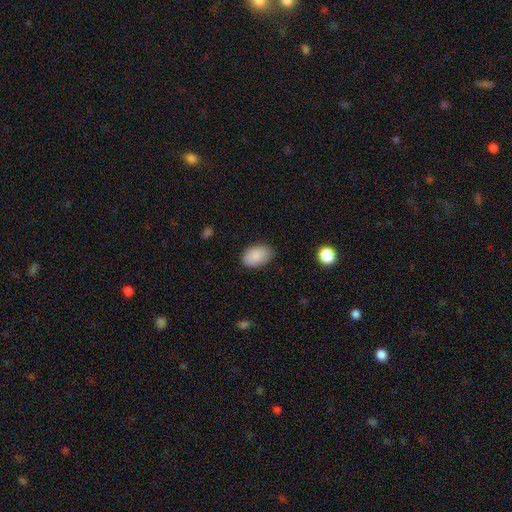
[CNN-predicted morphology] A smooth galaxy with no disk features (86%) that is in between round and cigar-shaped (90%).

Vote fractions:
- Smooth or featured? smooth: 86% / star or artifact: 7% / featured or disk: 6%
- How rounded? in between: 90% / round: 9% / cigar-shaped: 1%
- Merging? none: 82% / minor disturbance: 14% / major disturbance: 3% / merger: 1%